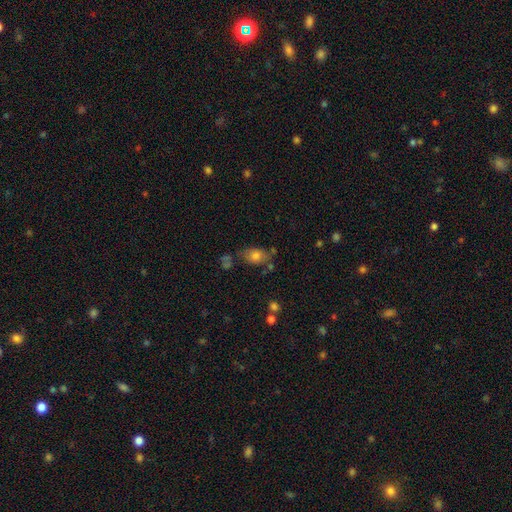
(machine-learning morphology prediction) Overall: smooth (74%). How rounded: in between (77%). Merging: none (62%).